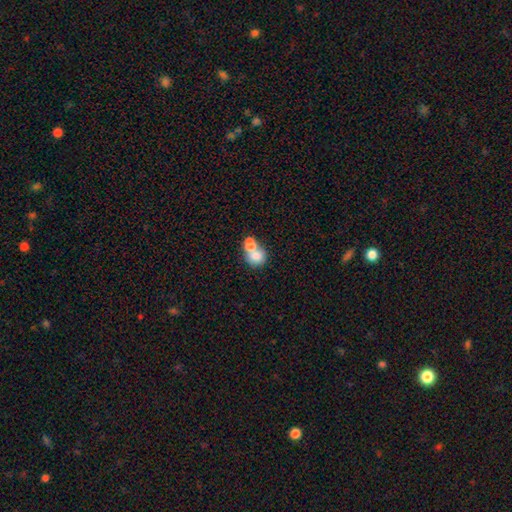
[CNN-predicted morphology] Smooth or featured? Predicted: smooth (p=0.71). How rounded? Predicted: round (p=0.62). Merging? Predicted: merger (p=0.70).